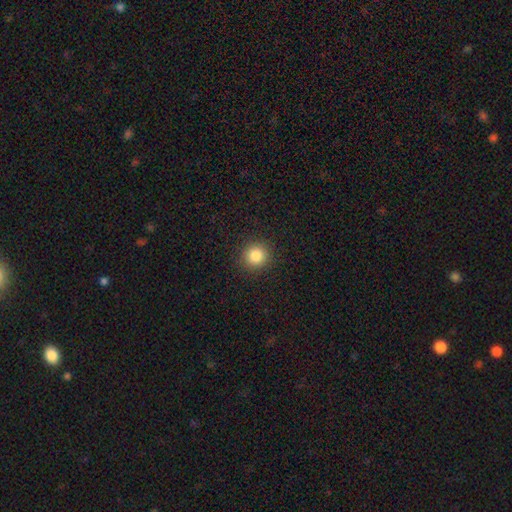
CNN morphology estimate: Smooth or featured? smooth (85%)
How rounded? round (92%)
Merging? none (92%)